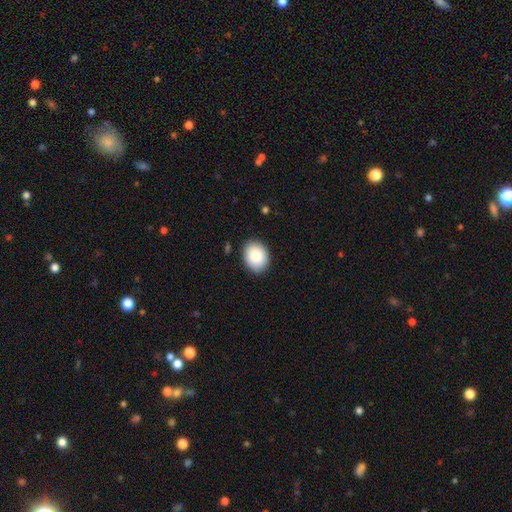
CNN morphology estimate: This is clearly a smooth galaxy (87%). How rounded: likely in between (61%). Merging: clearly none (88%).